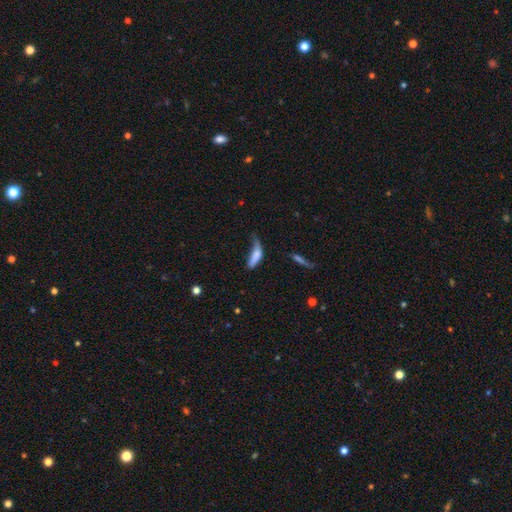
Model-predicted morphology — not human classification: Overall: smooth (71%). How rounded: in between (60%; cigar-shaped 37%). Merging: major disturbance (42%; minor disturbance 31%).